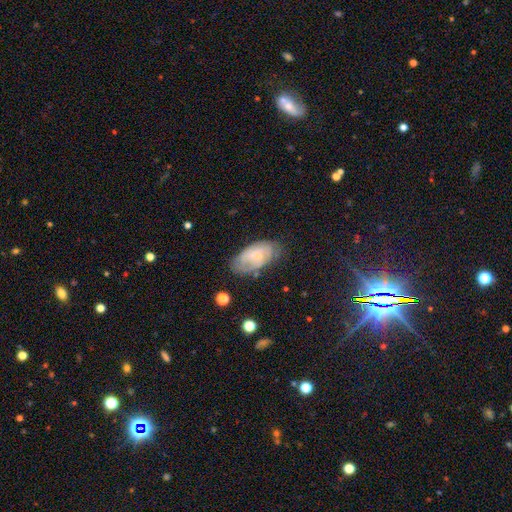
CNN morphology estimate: A smooth galaxy with no disk features (46%). Merging: none (66%).